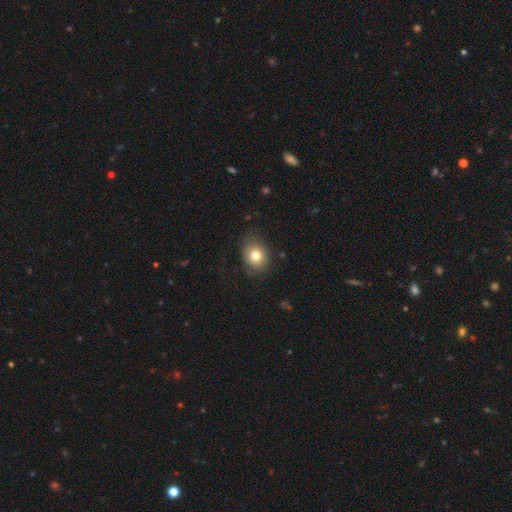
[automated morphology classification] Smooth or featured?
  - smooth: 78% *
  - featured or disk: 12%
  - star or artifact: 10%
How rounded?
  - round: 53% *
  - in between: 46%
  - cigar-shaped: 1%
Merging?
  - none: 73% *
  - minor disturbance: 20%
  - major disturbance: 6%
  - merger: 1%